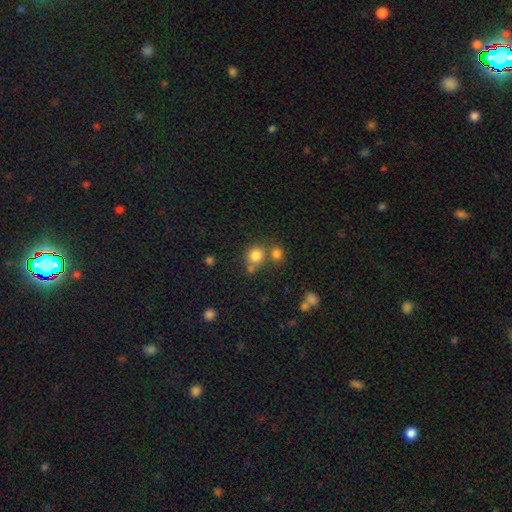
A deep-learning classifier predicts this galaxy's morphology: This appears to be a smooth galaxy with no disk features (80%) that is round (85%). Merging: none (59%).